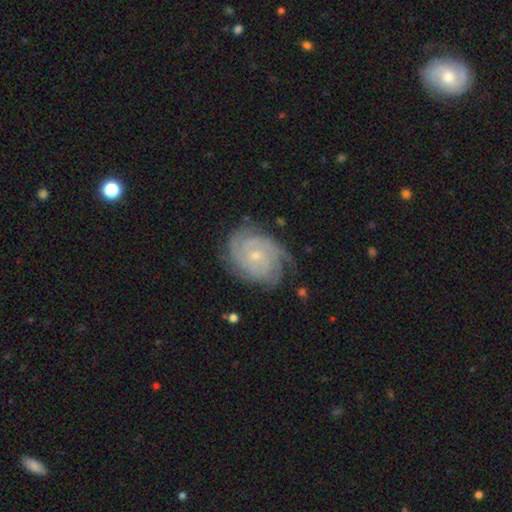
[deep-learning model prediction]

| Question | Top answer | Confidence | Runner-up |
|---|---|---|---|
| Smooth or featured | featured or disk | 85% | smooth (8%) |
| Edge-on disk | no | 97% | yes (3%) |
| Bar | no | 74% | weak (21%) |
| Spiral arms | yes | 97% | no (3%) |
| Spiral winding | tight | 75% | medium (21%) |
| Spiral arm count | can't tell | 25% | tied: 3 (25%) |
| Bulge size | small | 76% | moderate (21%) |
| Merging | none | 73% | minor disturbance (19%) |